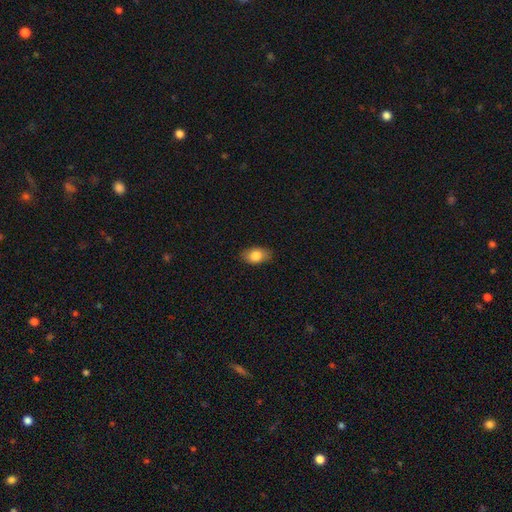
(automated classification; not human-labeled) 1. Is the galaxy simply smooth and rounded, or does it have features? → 82% smooth, 11% featured or disk, 7% star or artifact.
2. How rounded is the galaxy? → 86% in between, 12% round, 2% cigar-shaped.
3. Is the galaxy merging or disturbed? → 83% none, 13% minor disturbance, 3% major disturbance, 1% merger.